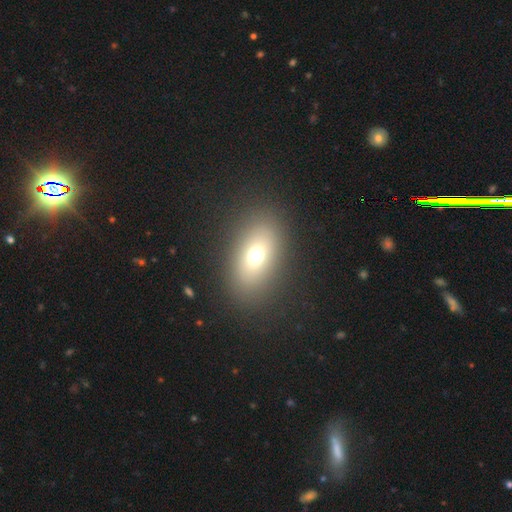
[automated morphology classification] Q: Smooth or featured?
A: smooth (68%); runner-up: featured or disk (18%)
Q: How rounded?
A: in between (81%); runner-up: round (16%)
Q: Merging?
A: none (86%); runner-up: minor disturbance (8%)